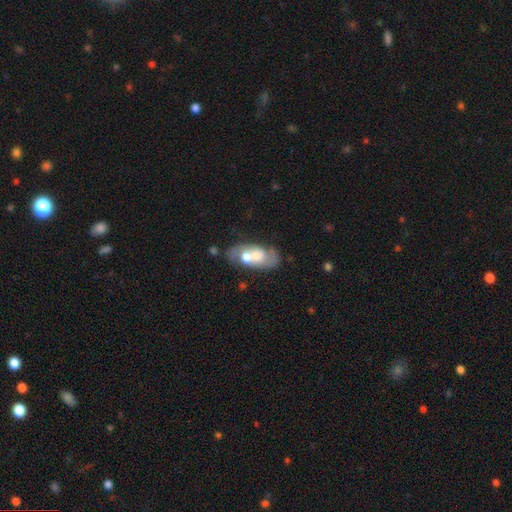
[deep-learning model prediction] smooth-or-featured: featured or disk: 49% | smooth: 44% | star or artifact: 7%
  merging: merger: 49% | none: 28% | minor disturbance: 14% | major disturbance: 9%